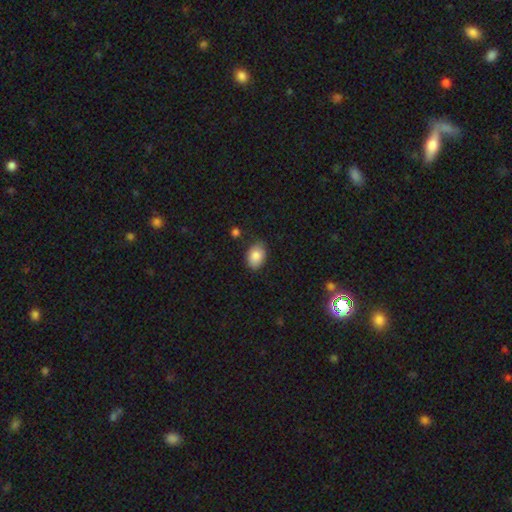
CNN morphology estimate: Q: Smooth or featured?
A: smooth (86%); runner-up: star or artifact (7%)
Q: How rounded?
A: in between (81%); runner-up: round (18%)
Q: Merging?
A: none (81%); runner-up: minor disturbance (14%)